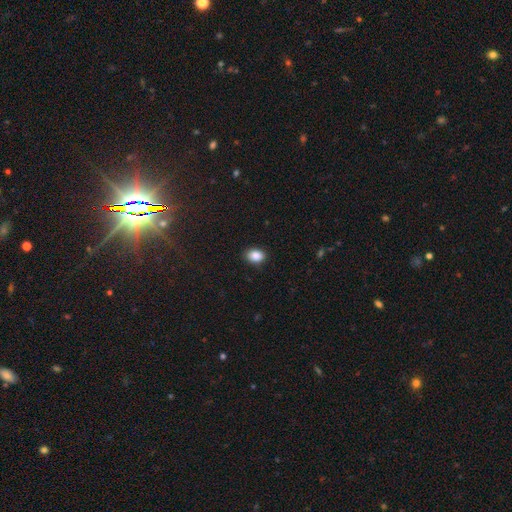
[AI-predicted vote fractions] smooth-or-featured: smooth: 88% | star or artifact: 8% | featured or disk: 4%
  how-rounded: in between: 77% | round: 22% | cigar-shaped: 1%
  merging: none: 88% | minor disturbance: 9% | major disturbance: 2% | merger: 1%